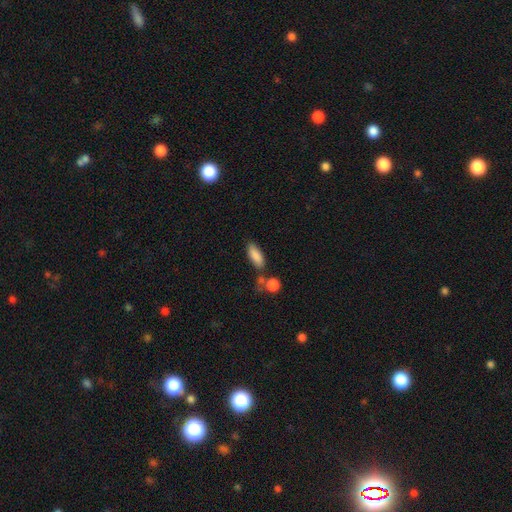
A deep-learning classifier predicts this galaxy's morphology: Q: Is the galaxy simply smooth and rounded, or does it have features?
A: smooth — 86%.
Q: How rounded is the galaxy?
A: in between — 79%.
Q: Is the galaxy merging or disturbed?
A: none — 62%.